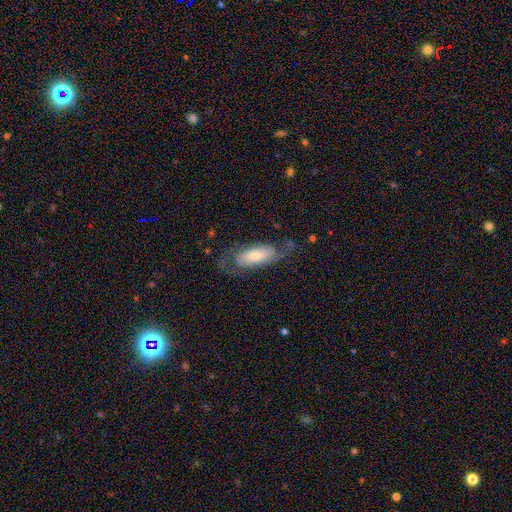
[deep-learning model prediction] The model was most divided on "bulge size": small: 56%, moderate: 29%, large: 8%, none: 4%, dominant: 3%. More confident: edge-on disk — no (89%); spiral arms — yes (86%); merging — none (63%); smooth or featured — featured or disk (62%); bar — no (61%).